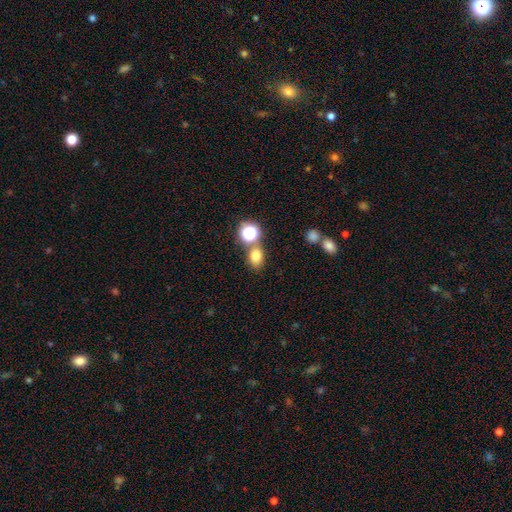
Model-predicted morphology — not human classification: A smooth galaxy with no disk features (75%) that is in between round and cigar-shaped (56%).

Vote fractions:
- Smooth or featured? smooth: 75% / star or artifact: 17% / featured or disk: 8%
- How rounded? in between: 56% / round: 43% / cigar-shaped: 1%
- Merging? none: 66% / merger: 20% / minor disturbance: 11% / major disturbance: 4%